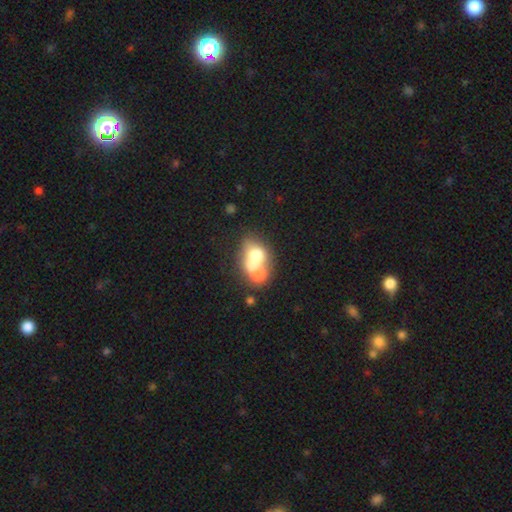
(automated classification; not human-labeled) Q: Smooth or featured?
A: smooth (58%); runner-up: featured or disk (31%)
Q: How rounded?
A: in between (50%); runner-up: round (48%)
Q: Merging?
A: merger (64%); runner-up: none (22%)